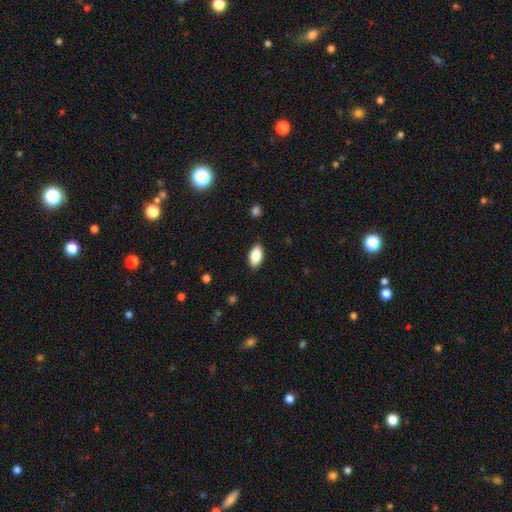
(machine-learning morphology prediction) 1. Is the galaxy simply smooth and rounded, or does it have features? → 86% smooth, 7% featured or disk, 7% star or artifact.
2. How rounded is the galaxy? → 92% in between, 5% cigar-shaped, 3% round.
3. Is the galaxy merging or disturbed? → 87% none, 10% minor disturbance, 2% major disturbance, 1% merger.